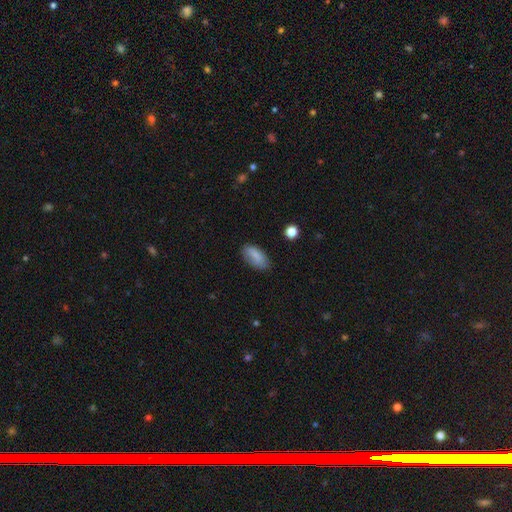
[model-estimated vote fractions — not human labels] This is clearly a smooth galaxy (83%). How rounded: clearly in between (89%). Merging: likely none (74%).